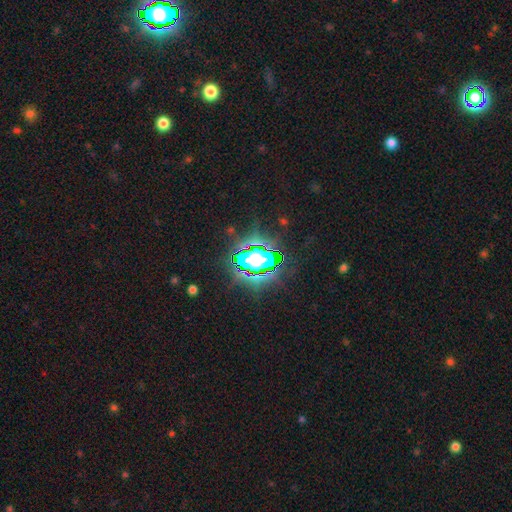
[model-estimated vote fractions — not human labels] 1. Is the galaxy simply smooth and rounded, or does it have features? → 71% star or artifact, 16% smooth, 13% featured or disk.